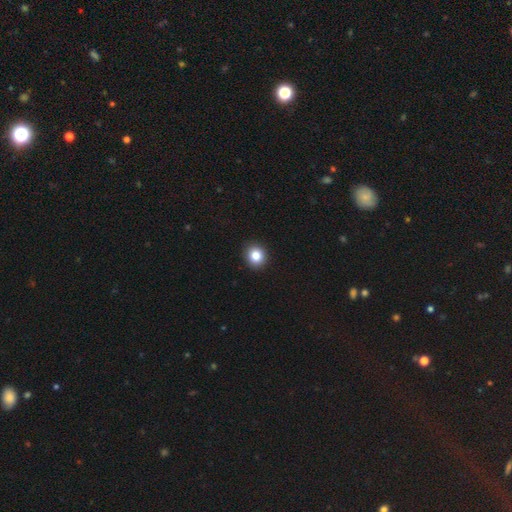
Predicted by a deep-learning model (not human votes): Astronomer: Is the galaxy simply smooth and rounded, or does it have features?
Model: smooth — 84%.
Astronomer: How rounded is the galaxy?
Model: round — 81%.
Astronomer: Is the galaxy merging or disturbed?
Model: none — 93%.